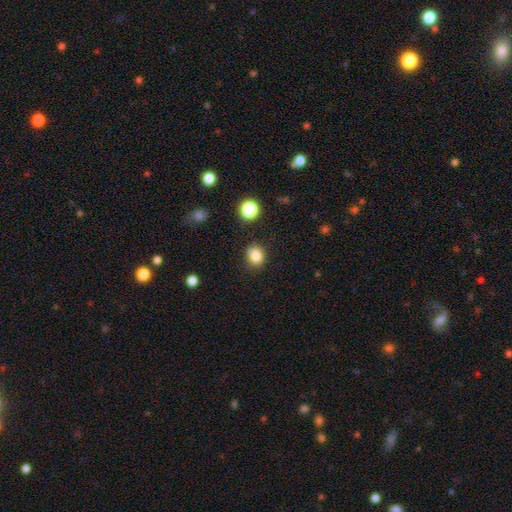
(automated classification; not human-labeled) smooth 83%, star or artifact 12%, featured or disk 6%. Down the decision tree: how rounded — round (63%); merging — none (78%).